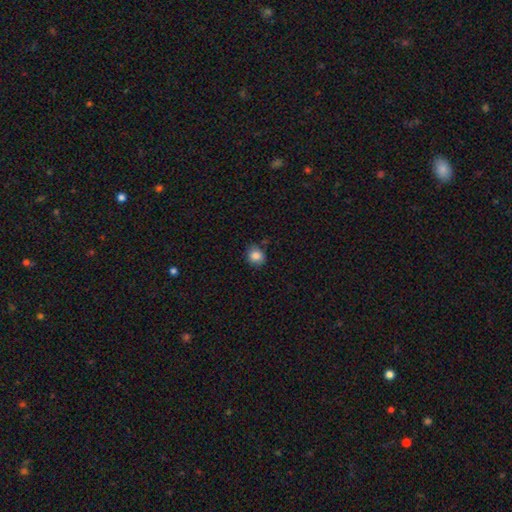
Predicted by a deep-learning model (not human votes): The model was most divided on "how rounded": round: 77%, in between: 22%, cigar-shaped: 1%. More confident: smooth or featured — smooth (85%); merging — none (77%).